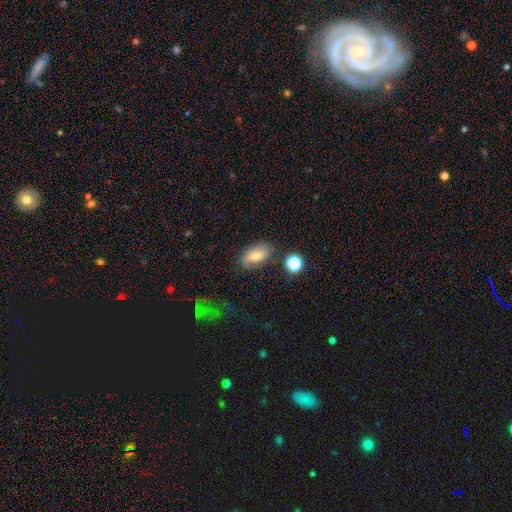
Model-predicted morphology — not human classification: Smooth or featured? Predicted: smooth (p=0.55). How rounded? Predicted: in between (p=0.88). Merging? Predicted: none (p=0.72).